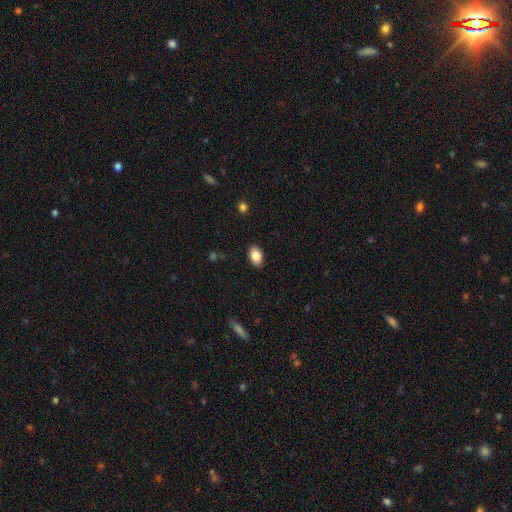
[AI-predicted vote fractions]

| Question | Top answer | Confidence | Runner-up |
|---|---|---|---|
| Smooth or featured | smooth | 85% | star or artifact (8%) |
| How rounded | in between | 88% | round (11%) |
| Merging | none | 88% | minor disturbance (9%) |